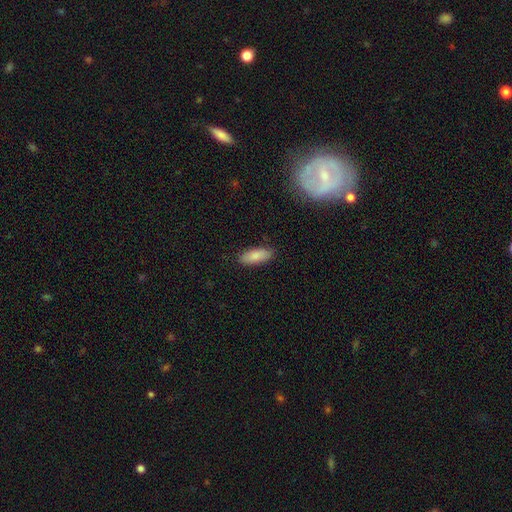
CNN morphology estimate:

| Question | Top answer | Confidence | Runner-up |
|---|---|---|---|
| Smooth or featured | smooth | 86% | featured or disk (7%) |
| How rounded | in between | 76% | cigar-shaped (22%) |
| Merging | none | 87% | minor disturbance (10%) |